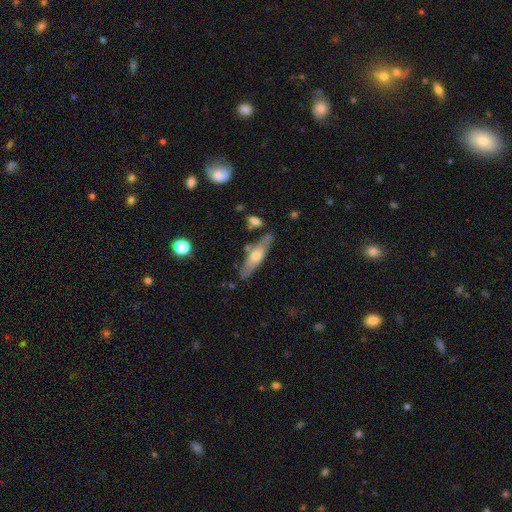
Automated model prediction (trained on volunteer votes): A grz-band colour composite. It shows a smooth galaxy with no disk features (48%). Merging: none (75%).